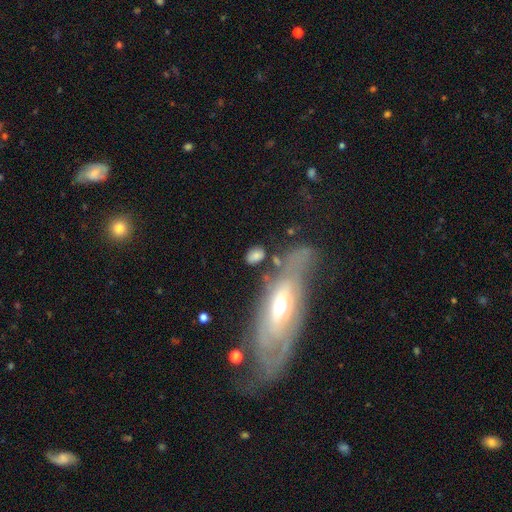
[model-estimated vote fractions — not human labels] Smooth or featured? Predicted: smooth (p=0.73). How rounded? Predicted: in between (p=0.82). Merging? Predicted: none (p=0.63).